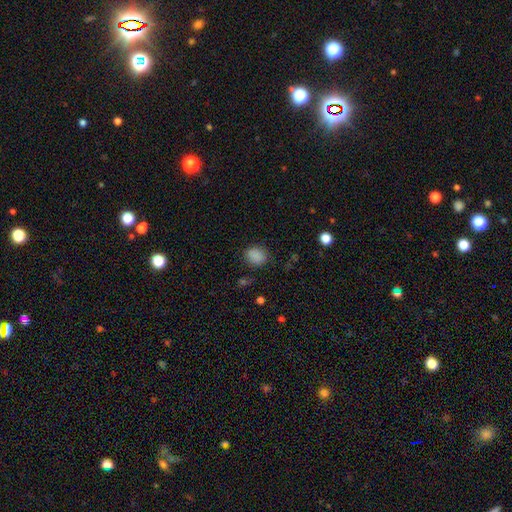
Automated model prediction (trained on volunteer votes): Smooth or featured?
  - smooth: 86% *
  - star or artifact: 10%
  - featured or disk: 4%
How rounded?
  - round: 53% *
  - in between: 46%
  - cigar-shaped: 1%
Merging?
  - none: 81% *
  - minor disturbance: 13%
  - major disturbance: 4%
  - merger: 2%